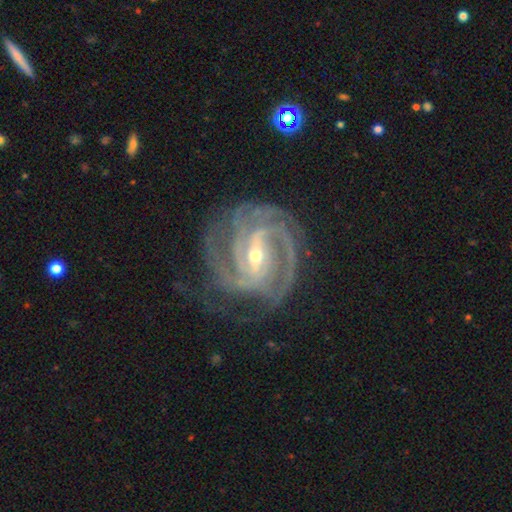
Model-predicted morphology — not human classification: type=featured or disk (93%); edge-on=no (97%); bar=strong (55%); spiral arms=yes (99%); winding=tight (69%); arm count=3 (34%); bulge=small (59%); merging=none (75%).